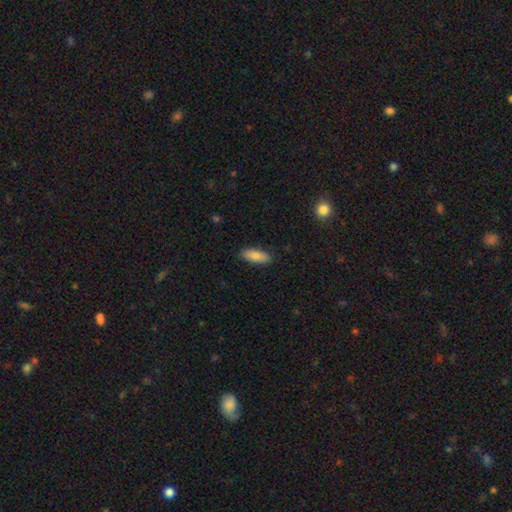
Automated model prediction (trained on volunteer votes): Q: Smooth or featured?
A: smooth (84%); runner-up: featured or disk (9%)
Q: How rounded?
A: in between (73%); runner-up: cigar-shaped (25%)
Q: Merging?
A: none (87%); runner-up: minor disturbance (10%)